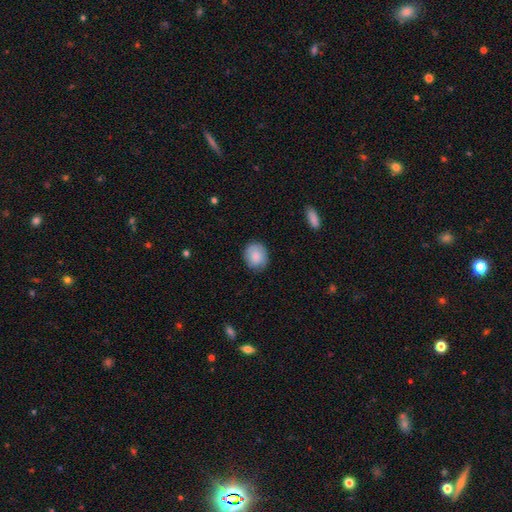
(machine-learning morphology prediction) This is likely a smooth galaxy (79%). How rounded: likely round (65%). Merging: likely none (77%).